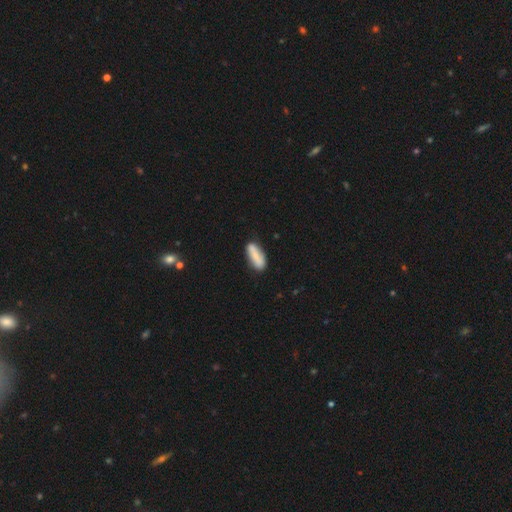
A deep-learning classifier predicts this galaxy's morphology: smooth-or-featured: smooth: 68% | featured or disk: 26% | star or artifact: 6%
  how-rounded: in between: 66% | cigar-shaped: 31% | round: 2%
  merging: none: 74% | minor disturbance: 17% | merger: 6% | major disturbance: 3%